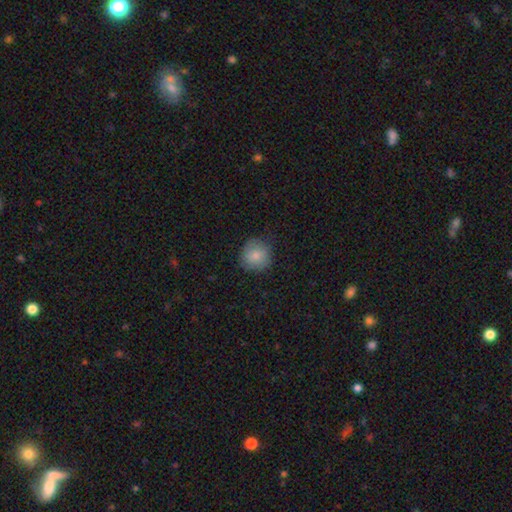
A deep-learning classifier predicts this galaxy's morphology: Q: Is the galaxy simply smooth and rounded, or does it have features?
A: smooth — 83%.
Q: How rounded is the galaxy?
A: round — 89%.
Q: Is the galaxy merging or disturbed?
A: none — 77%.